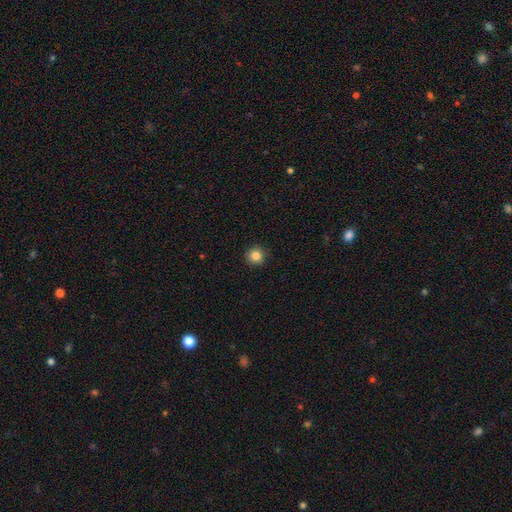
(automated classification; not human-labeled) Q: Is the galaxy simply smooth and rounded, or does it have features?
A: smooth — 84%.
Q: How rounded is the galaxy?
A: round — 94%.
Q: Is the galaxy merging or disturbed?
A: none — 92%.